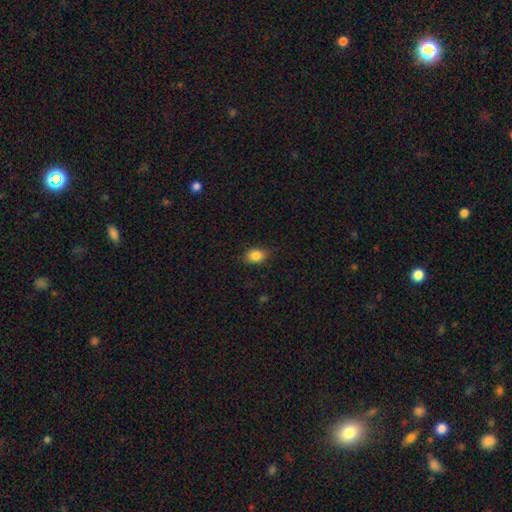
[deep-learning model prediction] This is clearly a smooth galaxy (85%). How rounded: likely in between (66%). Merging: clearly none (82%).